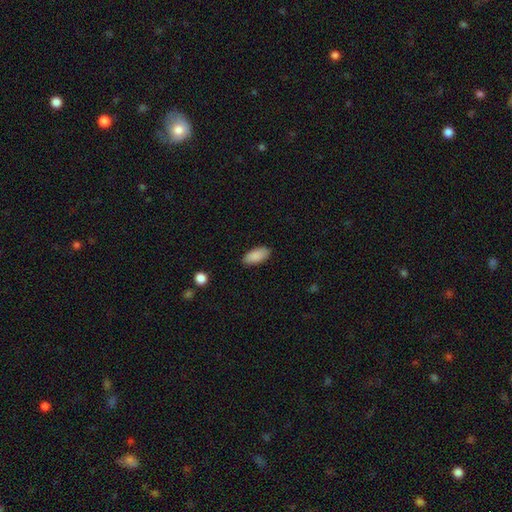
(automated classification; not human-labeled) smooth 89%, star or artifact 6%, featured or disk 4%. Down the decision tree: how rounded — in between (90%); merging — none (87%).